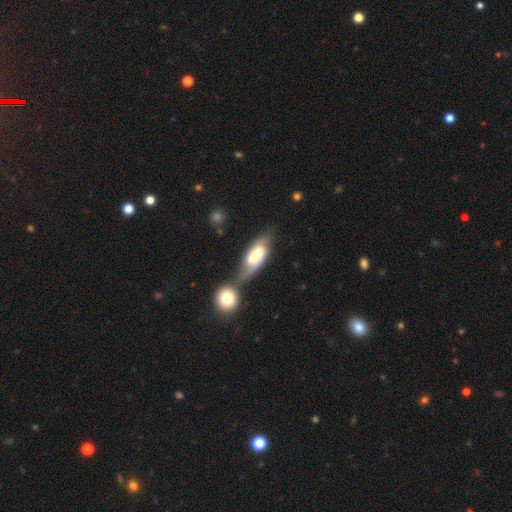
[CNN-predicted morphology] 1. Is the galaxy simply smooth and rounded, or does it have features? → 49% featured or disk, 45% smooth, 6% star or artifact.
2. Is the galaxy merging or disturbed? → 38% merger, 32% none, 19% minor disturbance, 12% major disturbance.